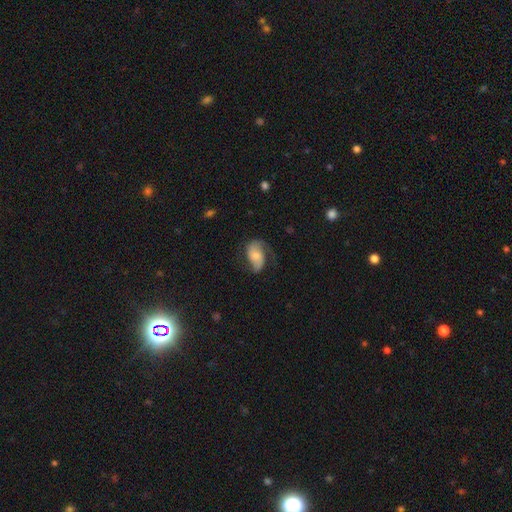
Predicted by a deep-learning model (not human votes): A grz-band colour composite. It shows a featured or disk galaxy (58%) with no bar (58%), spiral arms (89%) and a moderate central bulge (44%). Merging: none (54%).